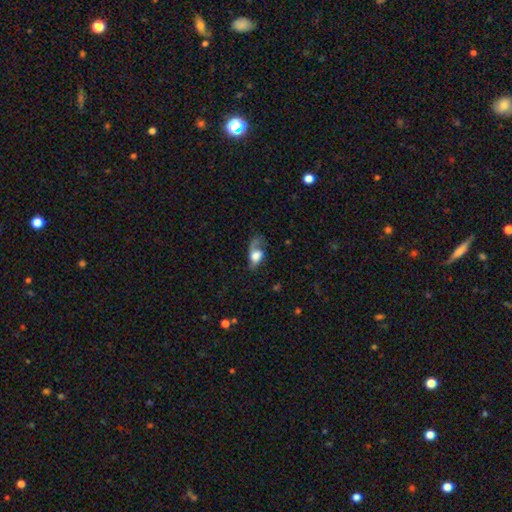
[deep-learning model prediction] The model was most divided on "smooth or featured": smooth: 50%, featured or disk: 41%, star or artifact: 9%. Remaining: how rounded — in between (79%); merging — major disturbance (43%).